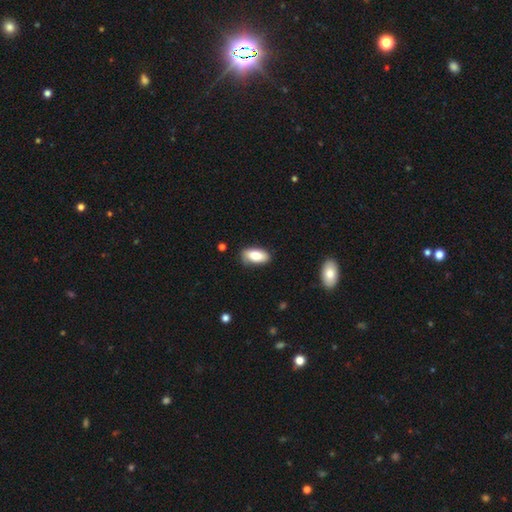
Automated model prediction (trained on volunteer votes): smooth 84%, featured or disk 9%, star or artifact 7%. Down the decision tree: how rounded — in between (92%); merging — none (76%).